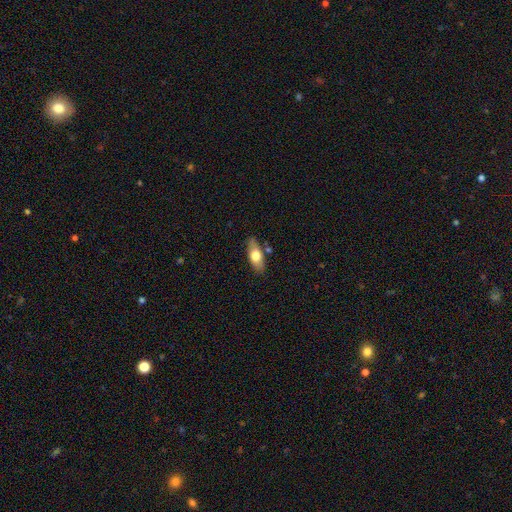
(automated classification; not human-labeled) Q: Smooth or featured?
A: smooth (64%); runner-up: featured or disk (30%)
Q: How rounded?
A: in between (79%); runner-up: cigar-shaped (17%)
Q: Merging?
A: none (75%); runner-up: minor disturbance (17%)